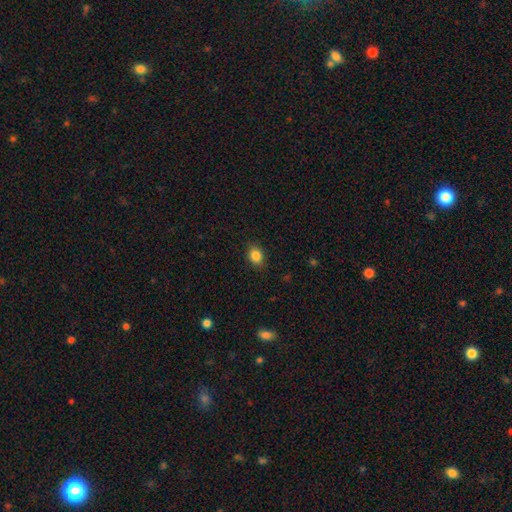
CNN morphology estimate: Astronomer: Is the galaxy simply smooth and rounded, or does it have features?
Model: smooth — 85%.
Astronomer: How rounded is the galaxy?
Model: in between — 59% (runner-up: round, 40%).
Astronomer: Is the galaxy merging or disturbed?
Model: none — 88%.